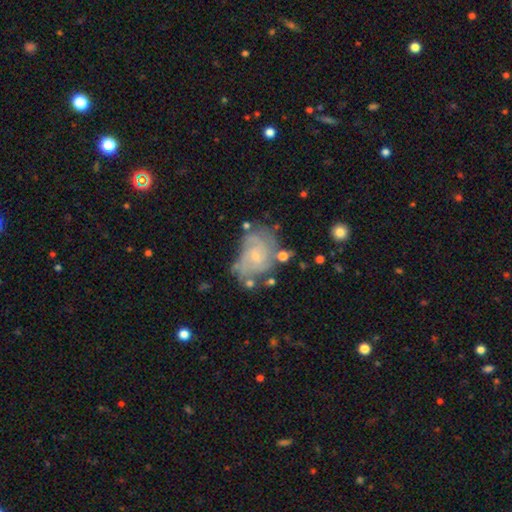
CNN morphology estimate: This appears to be a featured or disk galaxy (75%) with no bar (67%), tight (53%) spiral arms (88%) and a small central bulge (74%). Merging: none (50%).